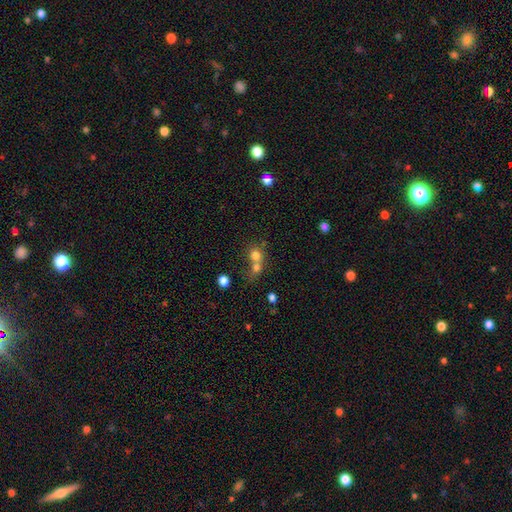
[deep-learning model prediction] Q: Smooth or featured?
A: smooth (74%); runner-up: star or artifact (13%)
Q: How rounded?
A: round (77%); runner-up: in between (22%)
Q: Merging?
A: merger (59%); runner-up: none (31%)